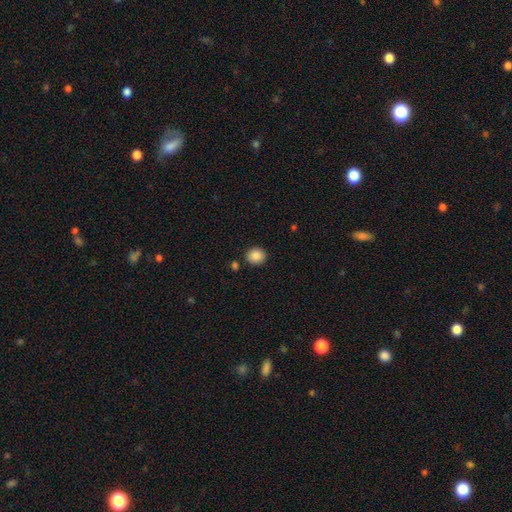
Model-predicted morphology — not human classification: The model was most divided on "how rounded": round: 77%, in between: 22%, cigar-shaped: 1%. More confident: smooth or featured — smooth (88%); merging — none (87%).